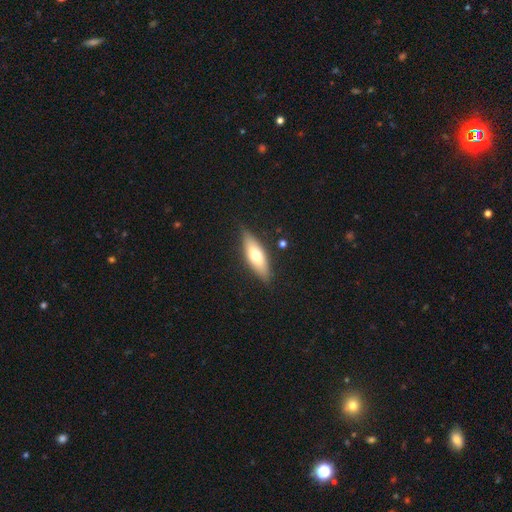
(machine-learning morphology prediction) type=smooth (60%); roundness=in between (57%); merging=none (85%).